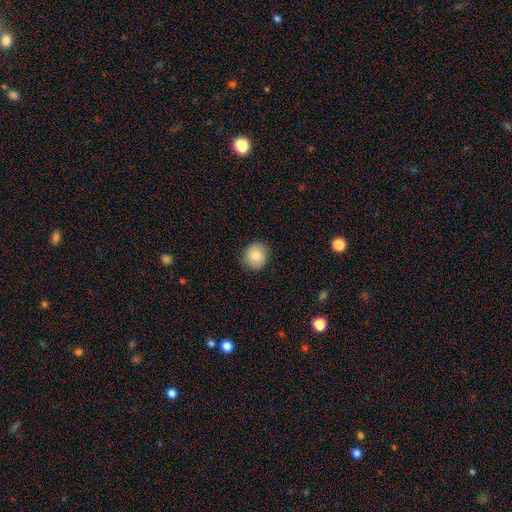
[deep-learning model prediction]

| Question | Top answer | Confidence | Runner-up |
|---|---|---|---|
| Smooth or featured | smooth | 82% | featured or disk (10%) |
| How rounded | round | 87% | in between (12%) |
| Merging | none | 89% | minor disturbance (8%) |